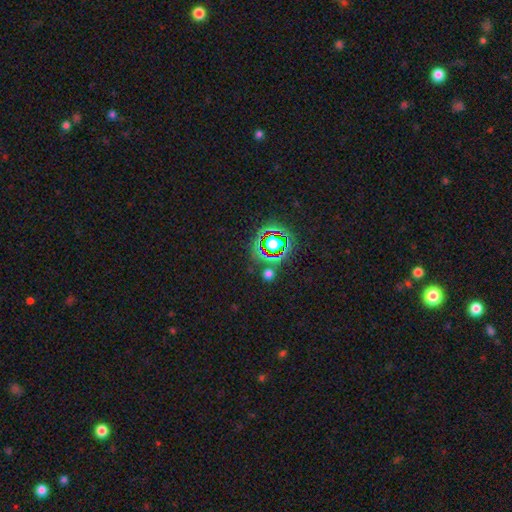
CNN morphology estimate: A star or artifact, not a galaxy (74%).